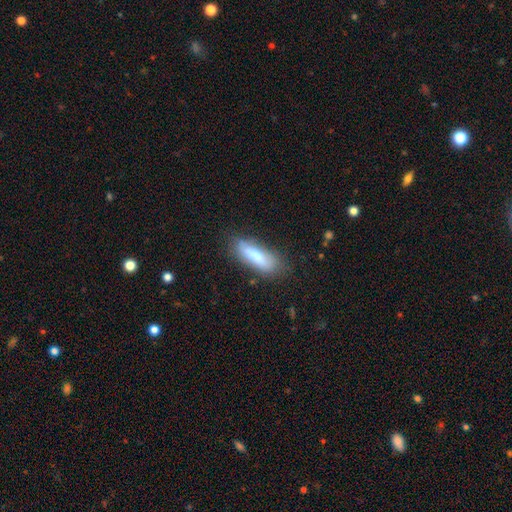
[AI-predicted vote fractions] smooth-or-featured: smooth: 72% | featured or disk: 21% | star or artifact: 7%
  how-rounded: in between: 50% | cigar-shaped: 49% | round: 2%
  merging: none: 74% | minor disturbance: 19% | major disturbance: 5% | merger: 2%